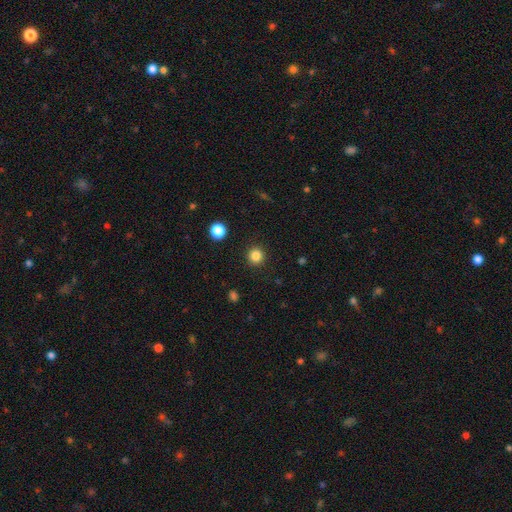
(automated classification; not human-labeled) This appears to be a smooth galaxy with no disk features (84%) that is round (94%). Merging: none (92%).